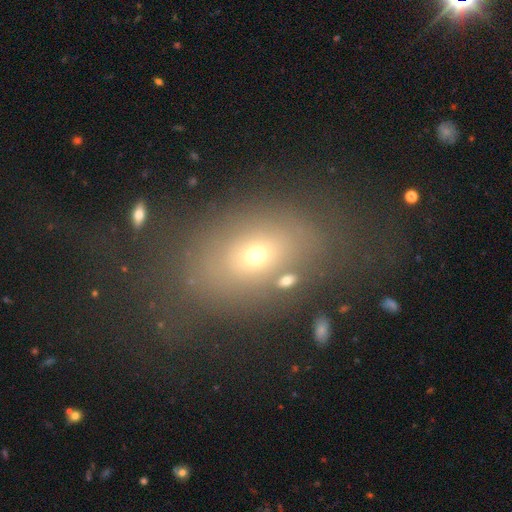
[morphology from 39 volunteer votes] smooth_or_featured: smooth (p=0.64) [alt: featured or disk p=0.23]
how_rounded: in between (p=0.64) [alt: round p=0.36]
merging: none (p=0.53) [alt: major disturbance p=0.26]